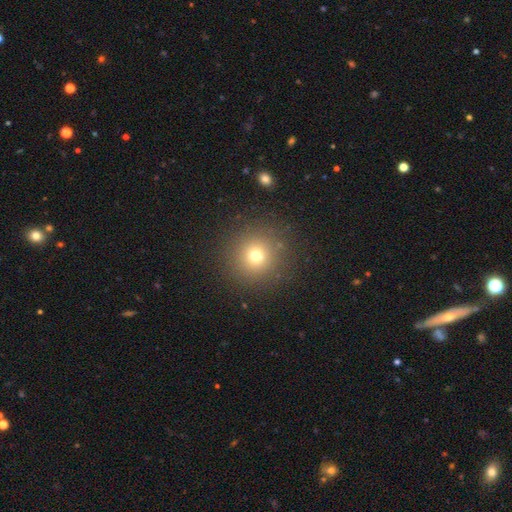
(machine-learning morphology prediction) A smooth galaxy with no disk features (72%) that is round (94%).

Vote fractions:
- Smooth or featured? smooth: 72% / star or artifact: 19% / featured or disk: 10%
- How rounded? round: 94% / in between: 5% / cigar-shaped: 1%
- Merging? none: 88% / minor disturbance: 6% / major disturbance: 4% / merger: 2%